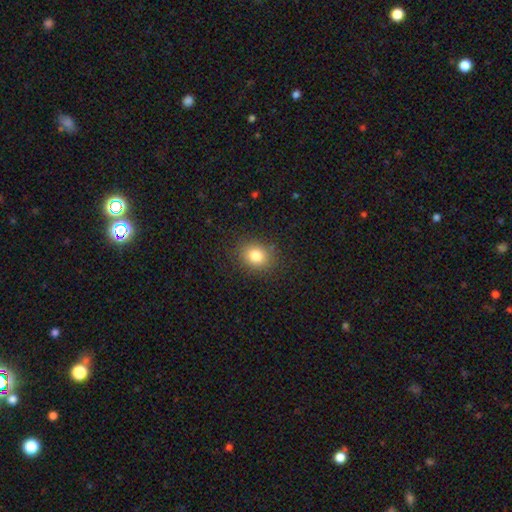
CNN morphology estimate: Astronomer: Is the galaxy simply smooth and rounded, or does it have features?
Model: smooth — 82%.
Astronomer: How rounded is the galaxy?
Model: round — 58% (runner-up: in between, 41%).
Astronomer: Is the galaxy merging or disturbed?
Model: none — 86%.